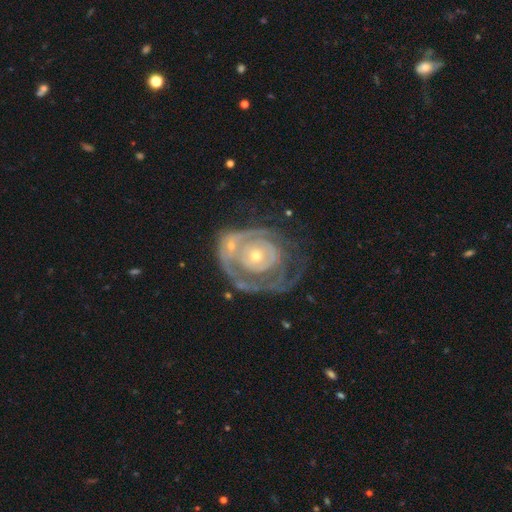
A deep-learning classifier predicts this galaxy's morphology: Smooth or featured: featured or disk — 82% (smooth — 12%)
Edge-on disk: no — 97% (yes — 3%)
Bar: no — 82% (weak — 13%)
Spiral arms: yes — 73% (no — 27%)
Spiral winding: tight — 72% (medium — 19%)
Spiral arm count: can't tell — 40% (1 — 24%)
Bulge size: small — 62% (moderate — 33%)
Merging: none — 38% (major disturbance — 25%)